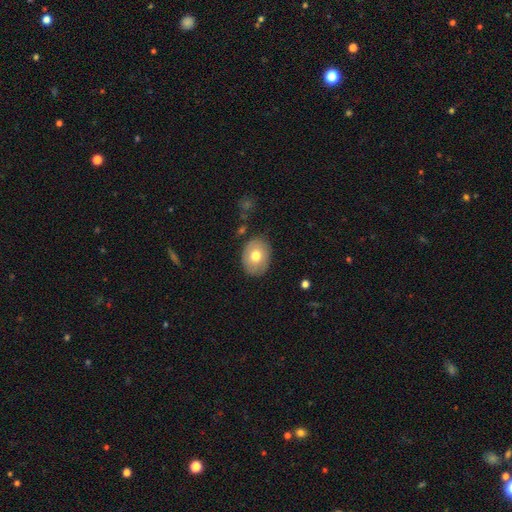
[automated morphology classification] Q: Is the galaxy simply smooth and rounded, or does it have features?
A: smooth — 69%.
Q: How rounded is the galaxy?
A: in between — 63%.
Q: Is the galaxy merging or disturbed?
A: none — 83%.